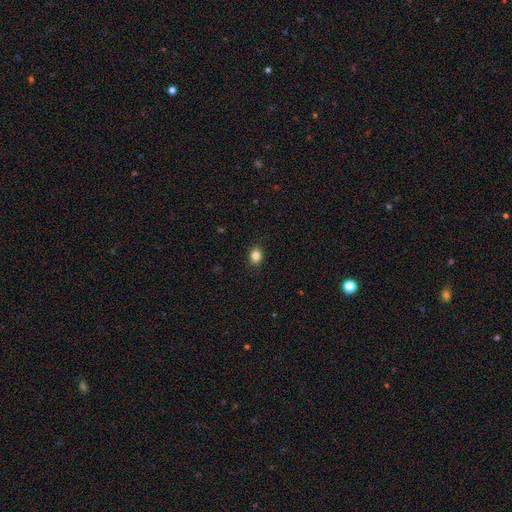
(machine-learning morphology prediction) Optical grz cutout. It shows a smooth galaxy with no disk features (85%) that is in between round and cigar-shaped (60%). Merging: none (89%).